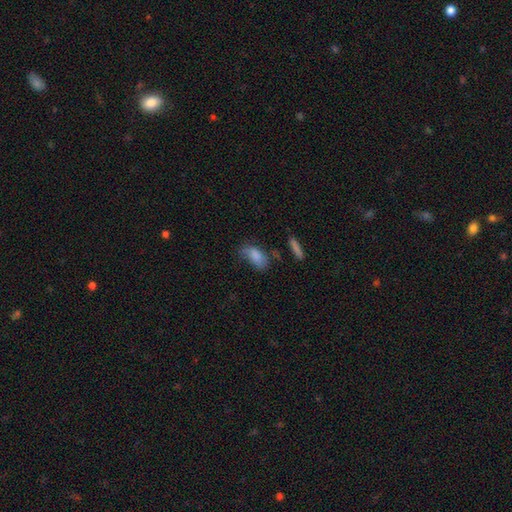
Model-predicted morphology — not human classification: Smooth or featured? Predicted: smooth (p=0.80). How rounded? Predicted: in between (p=0.89). Merging? Predicted: none (p=0.41).